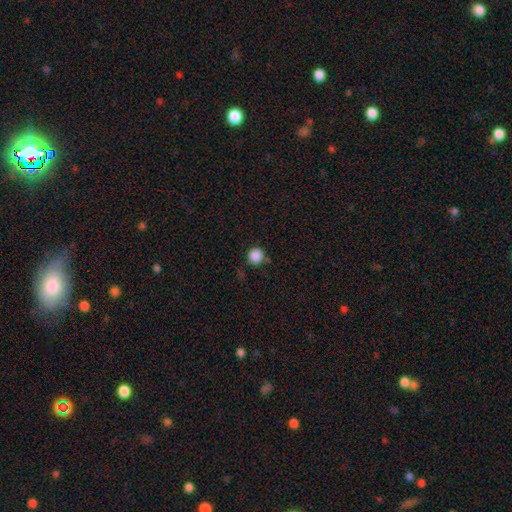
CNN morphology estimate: Smooth or featured? smooth (87%)
How rounded? round (94%)
Merging? none (81%)